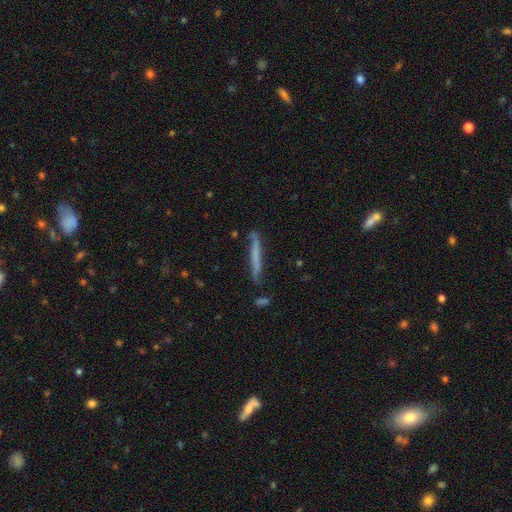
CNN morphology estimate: A smooth galaxy with no disk features (53%) that is cigar-shaped (96%).

Vote fractions:
- Smooth or featured? smooth: 53% / featured or disk: 40% / star or artifact: 7%
- How rounded? cigar-shaped: 96% / in between: 2% / round: 1%
- Merging? none: 79% / minor disturbance: 15% / merger: 3% / major disturbance: 3%